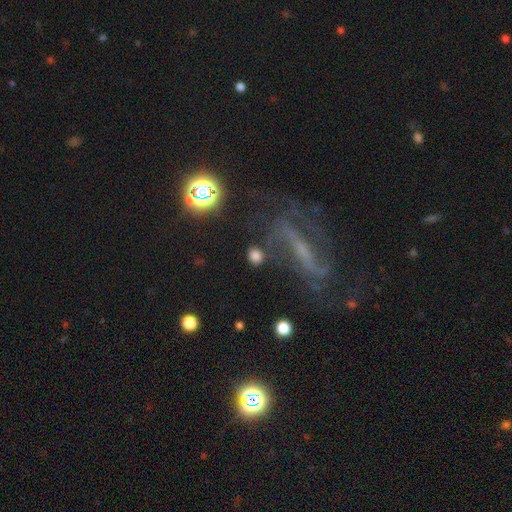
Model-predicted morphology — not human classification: A smooth galaxy with no disk features (74%) that is round (75%).

Vote fractions:
- Smooth or featured? smooth: 74% / star or artifact: 15% / featured or disk: 11%
- How rounded? round: 75% / in between: 22% / cigar-shaped: 3%
- Merging? none: 76% / minor disturbance: 12% / major disturbance: 7% / merger: 6%